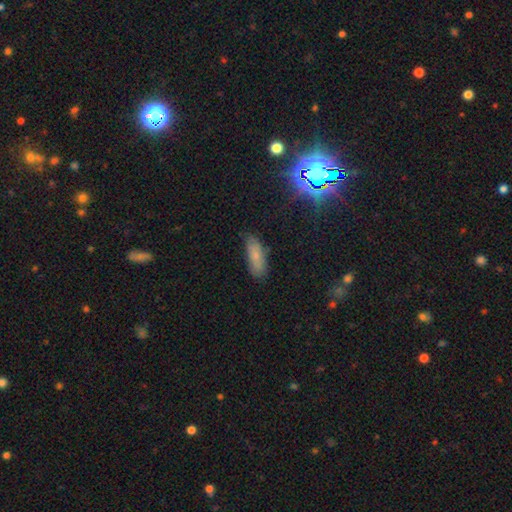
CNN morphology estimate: Q: Smooth or featured?
A: smooth (68%); runner-up: featured or disk (17%)
Q: How rounded?
A: in between (62%); runner-up: cigar-shaped (35%)
Q: Merging?
A: none (76%); runner-up: minor disturbance (18%)